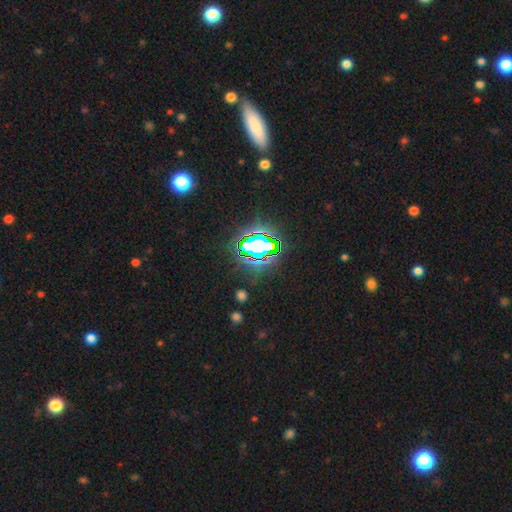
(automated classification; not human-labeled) smooth_or_featured: star or artifact (p=0.75) [alt: smooth p=0.16]